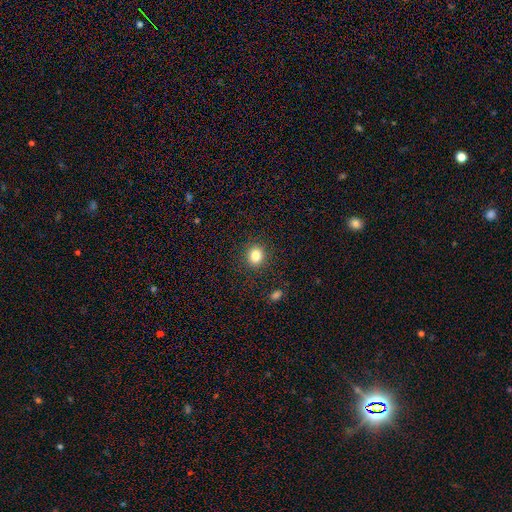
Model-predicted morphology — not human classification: smooth_or_featured: smooth (p=0.83) [alt: star or artifact p=0.11]
how_rounded: round (p=0.78) [alt: in between p=0.21]
merging: none (p=0.88) [alt: minor disturbance p=0.08]